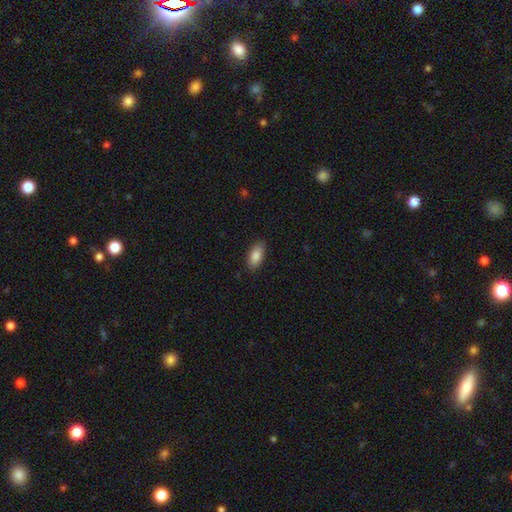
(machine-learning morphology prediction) smooth 87%, featured or disk 7%, star or artifact 6%. Down the decision tree: how rounded — in between (89%); merging — none (85%).